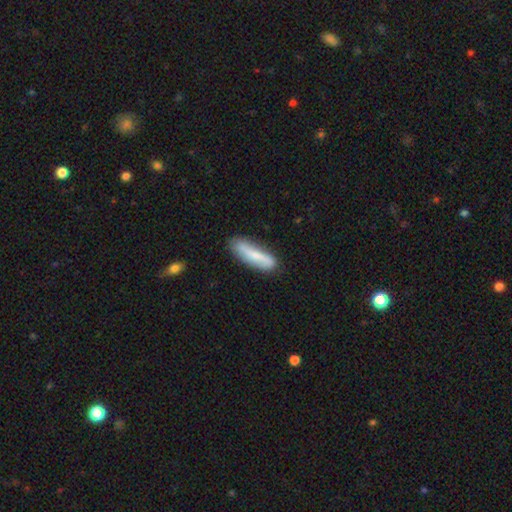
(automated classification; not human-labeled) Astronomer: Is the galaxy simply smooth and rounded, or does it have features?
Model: smooth — 63%.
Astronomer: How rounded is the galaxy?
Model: cigar-shaped — 68%.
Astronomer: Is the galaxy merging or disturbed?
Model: none — 76%.